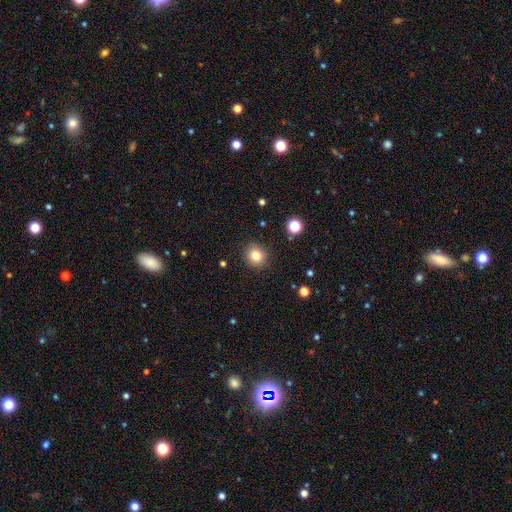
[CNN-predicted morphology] Smooth or featured?
  - smooth: 81% *
  - star or artifact: 12%
  - featured or disk: 7%
How rounded?
  - round: 86% *
  - in between: 13%
  - cigar-shaped: 1%
Merging?
  - none: 90% *
  - minor disturbance: 7%
  - major disturbance: 2%
  - merger: 1%